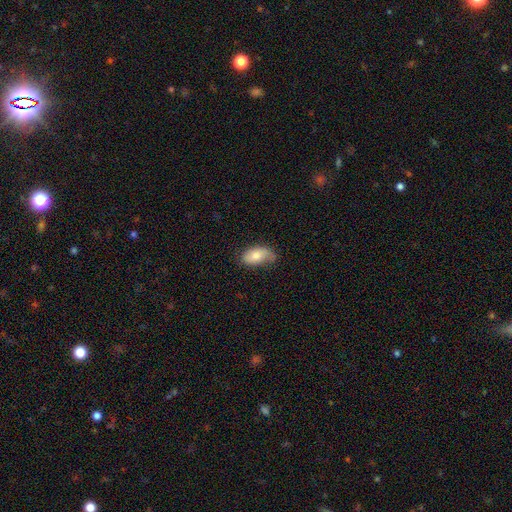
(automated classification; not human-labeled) Smooth or featured? Predicted: smooth (p=0.73). How rounded? Predicted: in between (p=0.94). Merging? Predicted: none (p=0.52).